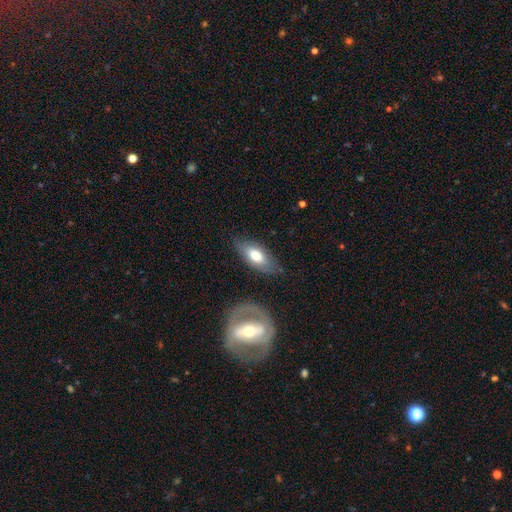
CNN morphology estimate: Smooth or featured: smooth — 64% (featured or disk — 30%)
How rounded: in between — 85% (cigar-shaped — 13%)
Merging: none — 73% (minor disturbance — 19%)